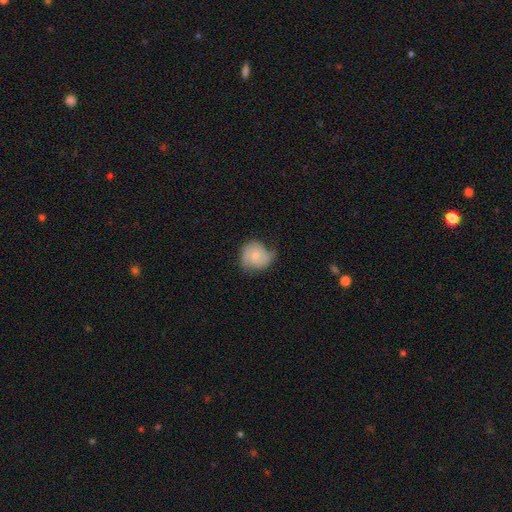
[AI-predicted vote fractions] smooth_or_featured: smooth (p=0.52) [alt: featured or disk p=0.41]
how_rounded: round (p=0.78) [alt: in between p=0.21]
merging: none (p=0.45) [alt: minor disturbance p=0.39]